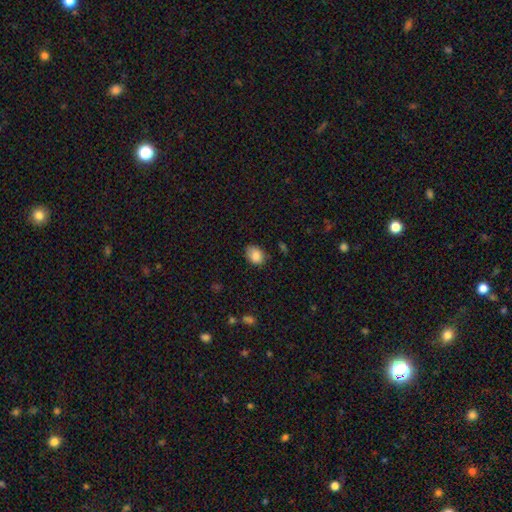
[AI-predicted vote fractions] smooth-or-featured: smooth: 85% | star or artifact: 9% | featured or disk: 6%
  how-rounded: in between: 66% | round: 33% | cigar-shaped: 1%
  merging: none: 76% | minor disturbance: 19% | major disturbance: 3% | merger: 2%